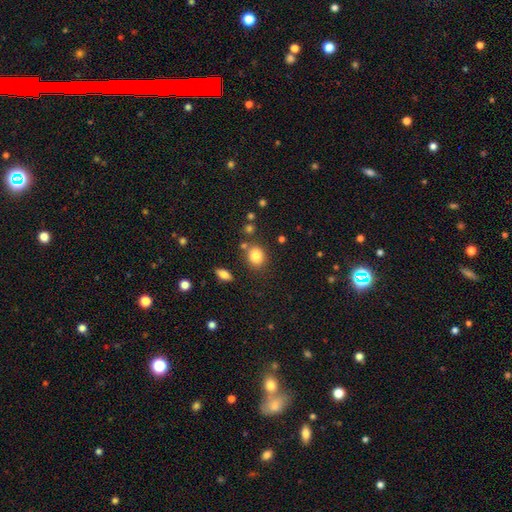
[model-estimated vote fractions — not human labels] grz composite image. It shows a smooth galaxy with no disk features (82%) that is round (64%). Merging: none (76%).